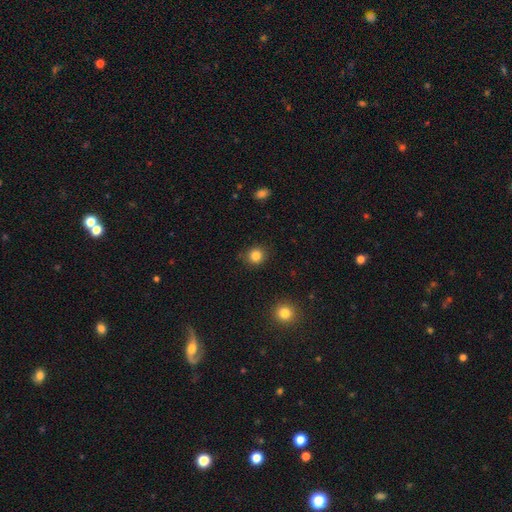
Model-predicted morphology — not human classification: Smooth or featured?
  - smooth: 84% *
  - star or artifact: 11%
  - featured or disk: 4%
How rounded?
  - round: 89% *
  - in between: 10%
  - cigar-shaped: 1%
Merging?
  - none: 87% *
  - minor disturbance: 8%
  - major disturbance: 3%
  - merger: 2%